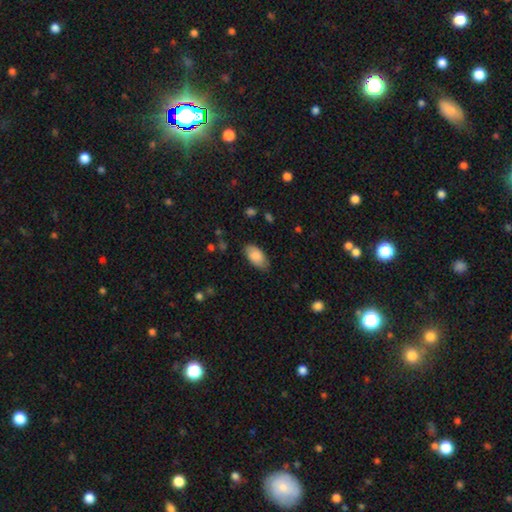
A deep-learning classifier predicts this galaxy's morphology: smooth 85%, featured or disk 9%, star or artifact 6%. Down the decision tree: how rounded — in between (95%); merging — none (79%).